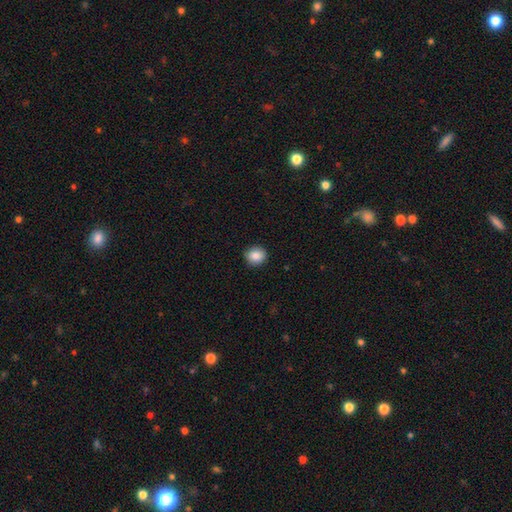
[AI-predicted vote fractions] smooth-or-featured: smooth: 87% | star or artifact: 9% | featured or disk: 4%
  how-rounded: round: 84% | in between: 15% | cigar-shaped: 1%
  merging: none: 90% | minor disturbance: 7% | major disturbance: 2% | merger: 1%